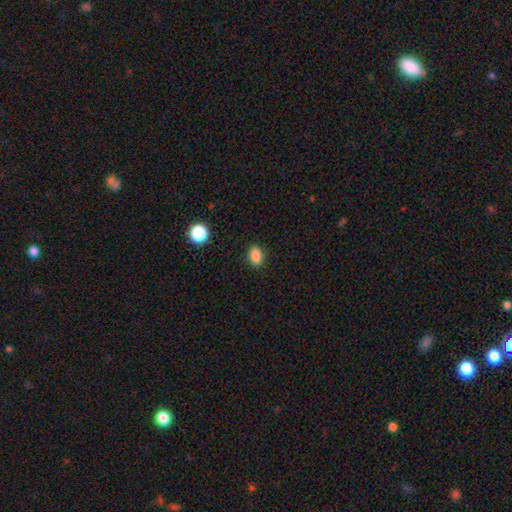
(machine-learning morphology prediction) smooth 86%, star or artifact 10%, featured or disk 3%. Down the decision tree: how rounded — in between (79%); merging — none (89%).